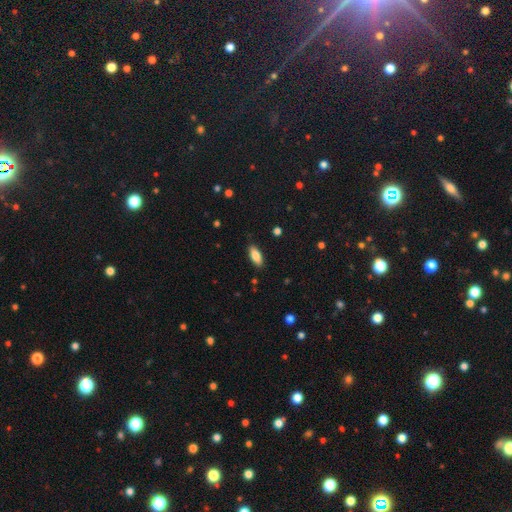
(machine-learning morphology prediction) Overall: smooth (83%). How rounded: in between (79%). Merging: none (87%).